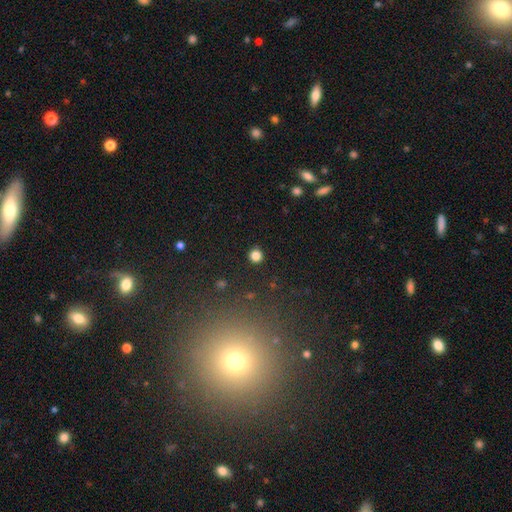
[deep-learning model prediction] smooth-or-featured: smooth: 83% | star or artifact: 13% | featured or disk: 4%
  how-rounded: round: 93% | in between: 6% | cigar-shaped: 1%
  merging: none: 92% | minor disturbance: 5% | major disturbance: 2% | merger: 1%